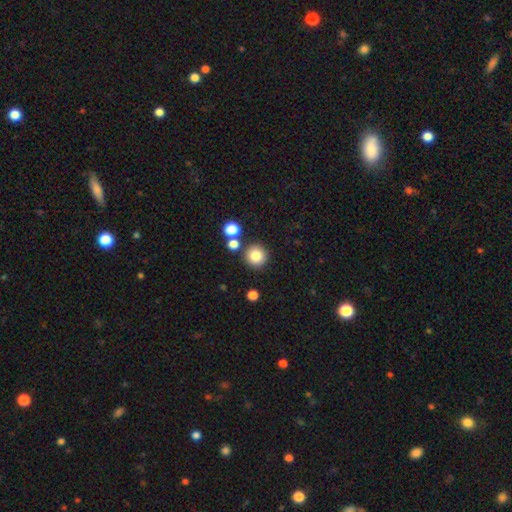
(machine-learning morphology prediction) Smooth or featured?
  - smooth: 81% *
  - star or artifact: 12%
  - featured or disk: 7%
How rounded?
  - round: 95% *
  - in between: 4%
  - cigar-shaped: 1%
Merging?
  - none: 83% *
  - merger: 8%
  - minor disturbance: 7%
  - major disturbance: 2%